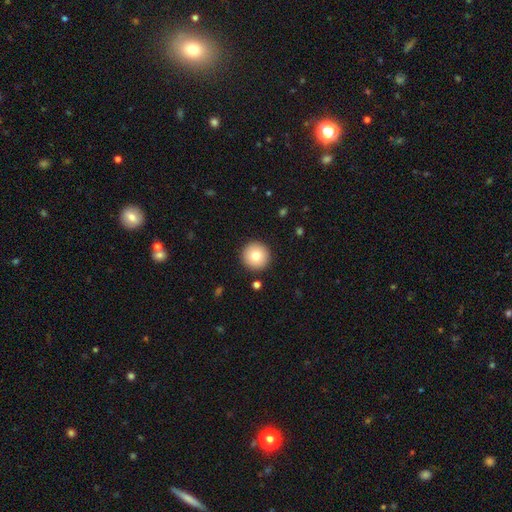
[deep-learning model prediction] smooth_or_featured: smooth (p=0.78) [alt: featured or disk p=0.13]
how_rounded: round (p=0.97) [alt: in between p=0.02]
merging: none (p=0.92) [alt: minor disturbance p=0.05]